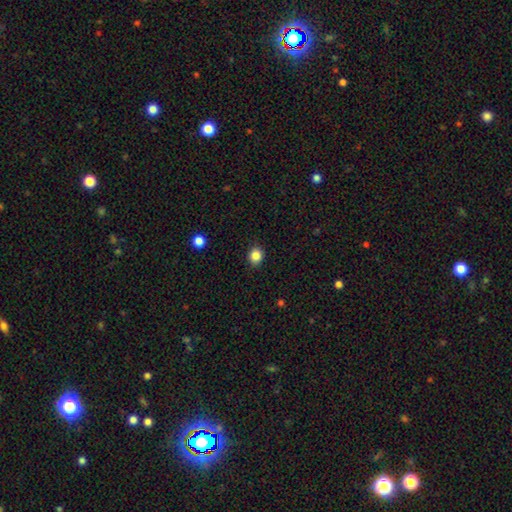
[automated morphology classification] A smooth galaxy with no disk features (85%) that is round (74%). Merging: none (89%).